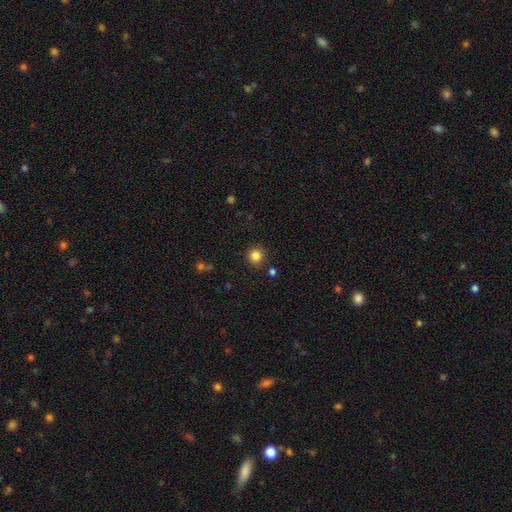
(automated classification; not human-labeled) smooth-or-featured: smooth: 84% | star or artifact: 12% | featured or disk: 5%
  how-rounded: round: 93% | in between: 6% | cigar-shaped: 1%
  merging: none: 89% | minor disturbance: 6% | merger: 3% | major disturbance: 2%